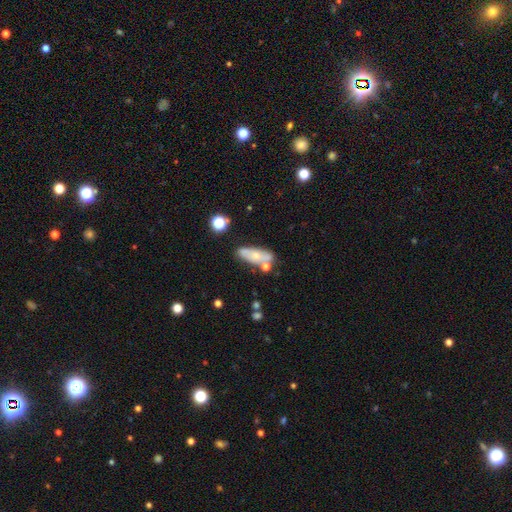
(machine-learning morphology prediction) A smooth galaxy with no disk features (54%) that is in between round and cigar-shaped (65%). Merging: none (60%).